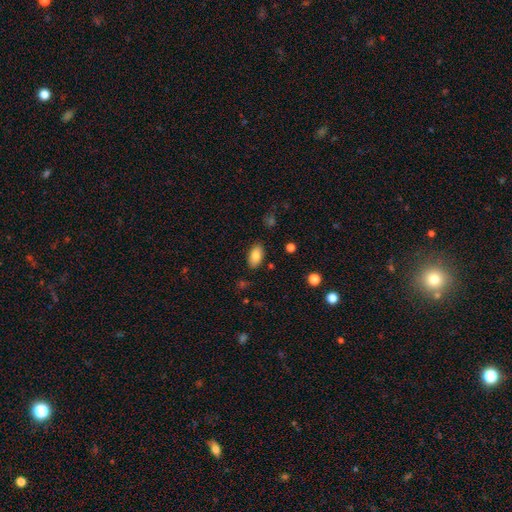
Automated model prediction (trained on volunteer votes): smooth-or-featured: smooth: 83% | featured or disk: 9% | star or artifact: 8%
  how-rounded: in between: 93% | round: 4% | cigar-shaped: 3%
  merging: none: 84% | minor disturbance: 11% | major disturbance: 3% | merger: 2%